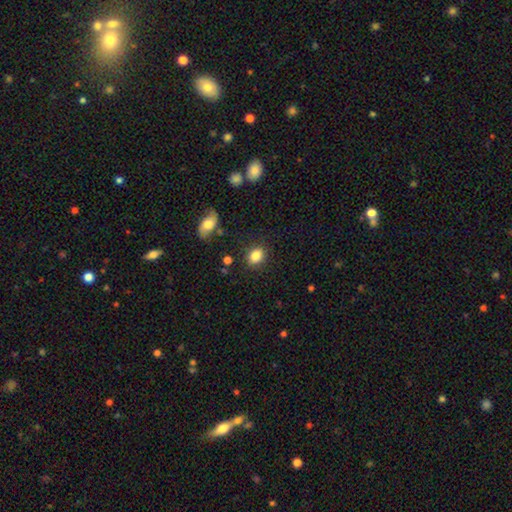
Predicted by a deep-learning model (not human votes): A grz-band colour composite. It shows a smooth galaxy with no disk features (84%) that is in between round and cigar-shaped (54%). Merging: none (85%).